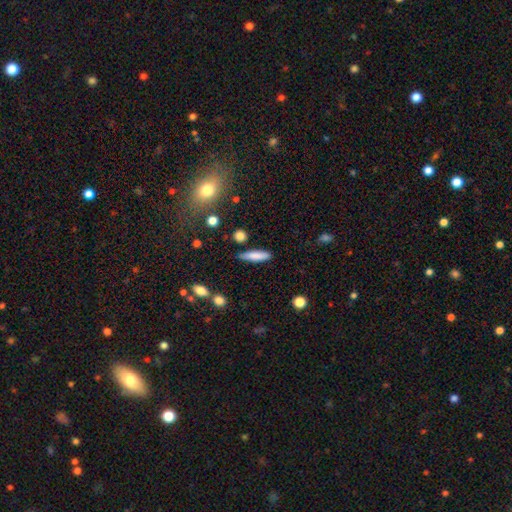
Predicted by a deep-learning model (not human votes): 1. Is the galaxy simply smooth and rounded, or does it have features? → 80% smooth, 13% featured or disk, 7% star or artifact.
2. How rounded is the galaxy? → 73% cigar-shaped, 25% in between, 2% round.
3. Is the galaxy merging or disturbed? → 81% none, 13% minor disturbance, 3% merger, 3% major disturbance.